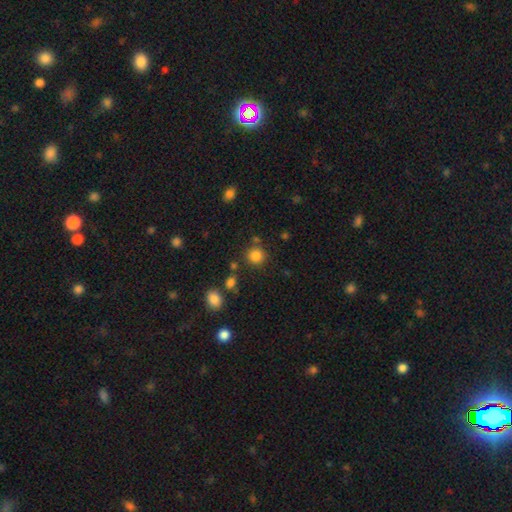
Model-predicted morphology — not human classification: Smooth or featured?
  - smooth: 83% *
  - star or artifact: 12%
  - featured or disk: 5%
How rounded?
  - round: 91% *
  - in between: 8%
  - cigar-shaped: 1%
Merging?
  - none: 82% *
  - minor disturbance: 9%
  - merger: 6%
  - major disturbance: 3%